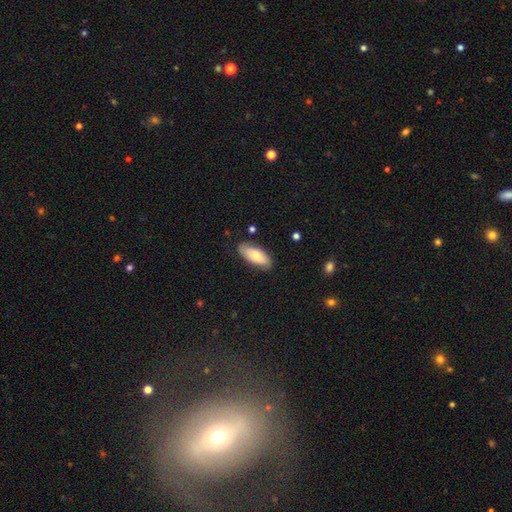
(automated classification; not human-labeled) This is likely a smooth galaxy (69%). How rounded: clearly in between (85%). Merging: likely none (80%).